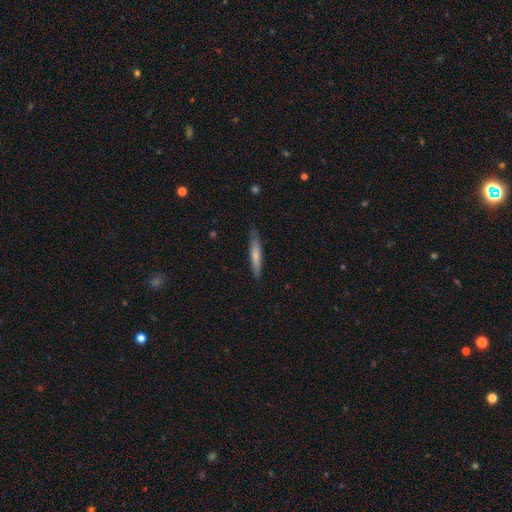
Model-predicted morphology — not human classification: Smooth or featured? Predicted: smooth (p=0.69). How rounded? Predicted: cigar-shaped (p=0.90). Merging? Predicted: none (p=0.82).